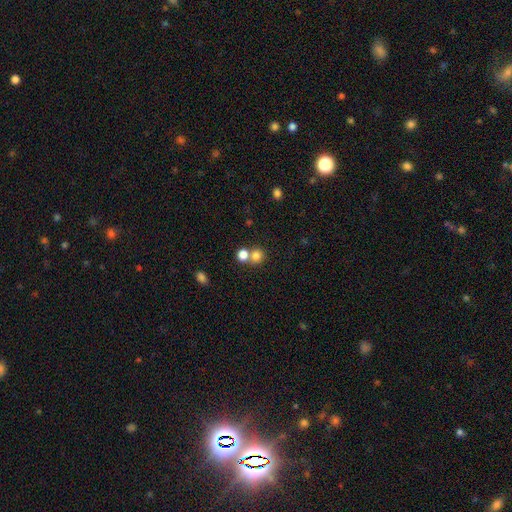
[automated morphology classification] A smooth galaxy with no disk features (79%) that is round (86%).

Vote fractions:
- Smooth or featured? smooth: 79% / star or artifact: 13% / featured or disk: 7%
- How rounded? round: 86% / in between: 13% / cigar-shaped: 1%
- Merging? none: 52% / merger: 39% / minor disturbance: 6% / major disturbance: 3%